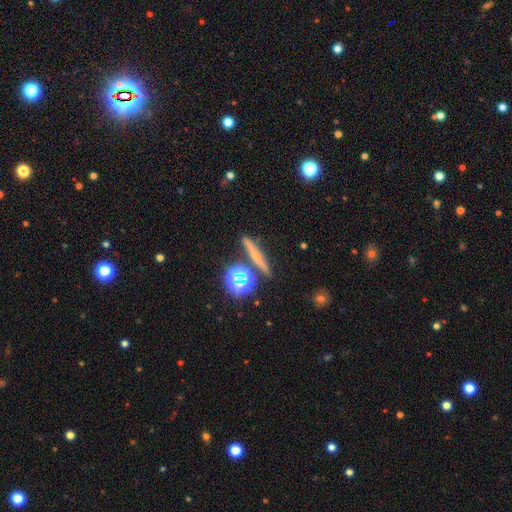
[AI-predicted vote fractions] A smooth galaxy with no disk features (43%). Merging: none (83%).